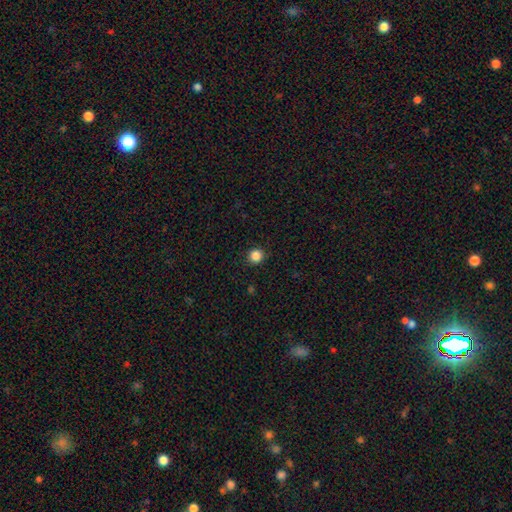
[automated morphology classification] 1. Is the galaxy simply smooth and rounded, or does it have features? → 86% smooth, 11% star or artifact, 3% featured or disk.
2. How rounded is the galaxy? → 94% round, 5% in between, 1% cigar-shaped.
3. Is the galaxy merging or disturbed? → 92% none, 5% minor disturbance, 2% major disturbance, 1% merger.